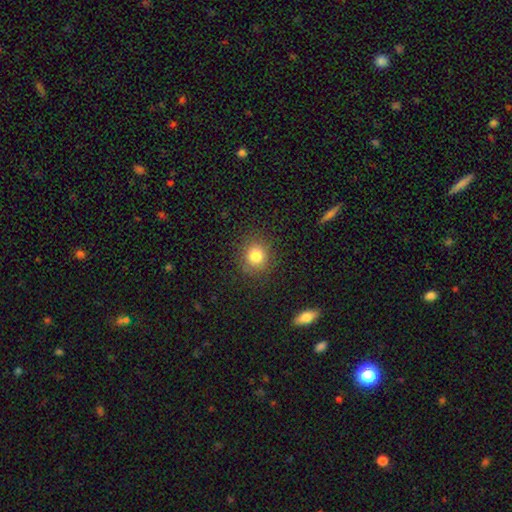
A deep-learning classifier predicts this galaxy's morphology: A smooth galaxy with no disk features (81%) that is round (87%). Merging: none (86%).